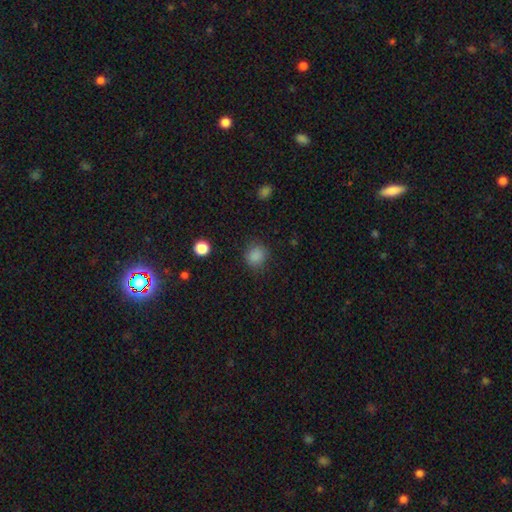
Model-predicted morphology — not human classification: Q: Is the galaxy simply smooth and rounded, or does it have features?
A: smooth — 84%.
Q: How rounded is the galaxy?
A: round — 82%.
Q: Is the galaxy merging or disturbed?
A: none — 83%.